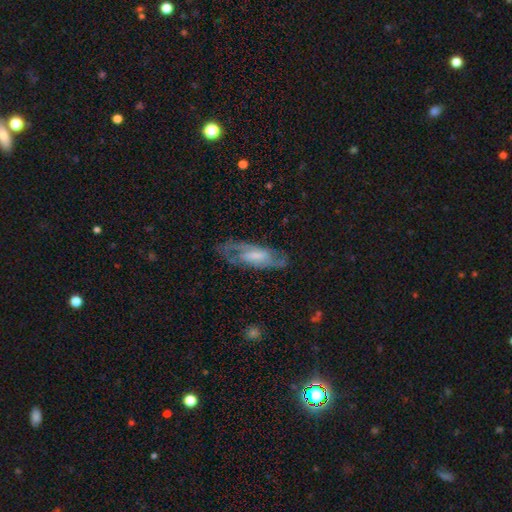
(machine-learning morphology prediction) smooth-or-featured: featured or disk: 64% | smooth: 28% | star or artifact: 8%
  disk-edge-on: no: 81% | yes: 19%
    bar: weak: 44% | no: 35% | strong: 21%
    has-spiral-arms: yes: 80% | no: 20%
    bulge-size: moderate: 32% | small: 31% | none: 22% | large: 14% | dominant: 2%
  merging: none: 66% | minor disturbance: 20% | major disturbance: 12% | merger: 2%